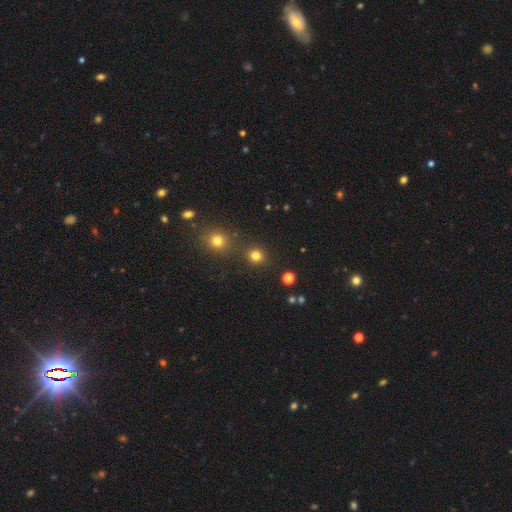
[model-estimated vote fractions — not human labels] Smooth or featured? Predicted: smooth (p=0.79). How rounded? Predicted: round (p=0.88). Merging? Predicted: none (p=0.81).